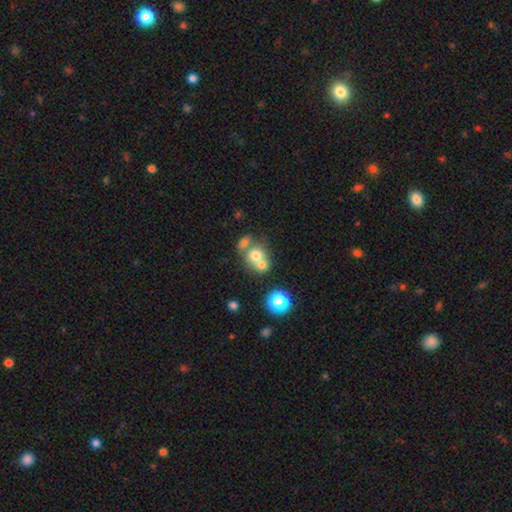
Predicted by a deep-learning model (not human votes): Morphology: type=smooth (67%); roundness=round (74%); merging=merger (56%).